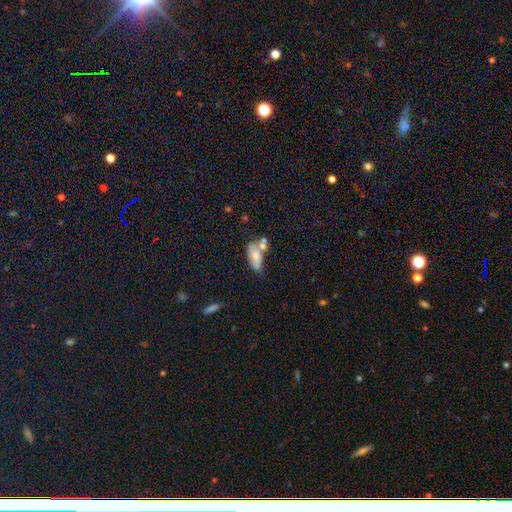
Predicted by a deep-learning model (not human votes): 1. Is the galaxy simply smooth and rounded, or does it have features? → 70% smooth, 22% featured or disk, 8% star or artifact.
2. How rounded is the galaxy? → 82% in between, 14% cigar-shaped, 4% round.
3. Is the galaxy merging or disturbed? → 36% none, 33% merger, 21% minor disturbance, 11% major disturbance.